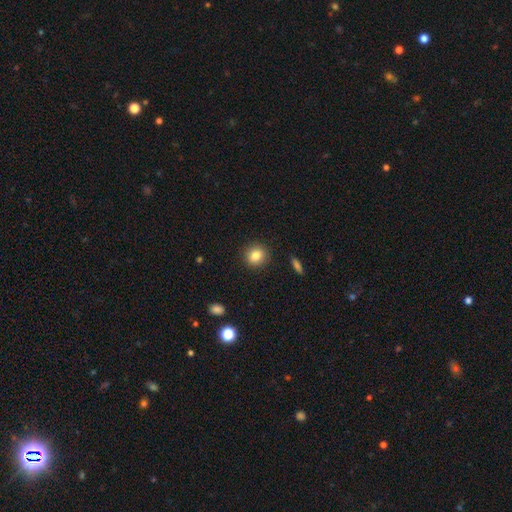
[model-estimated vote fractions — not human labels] Q: Smooth or featured?
A: smooth (83%); runner-up: star or artifact (10%)
Q: How rounded?
A: round (86%); runner-up: in between (12%)
Q: Merging?
A: none (91%); runner-up: minor disturbance (6%)